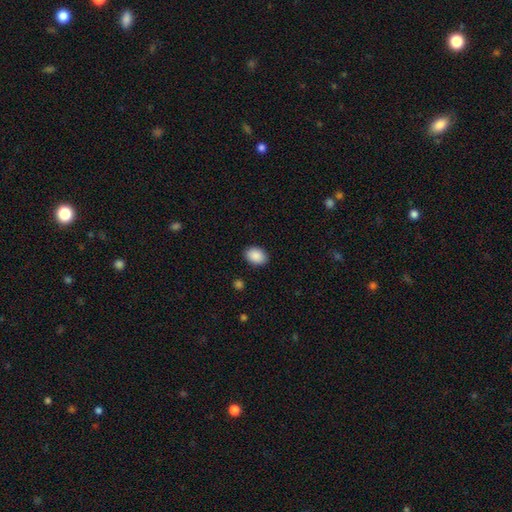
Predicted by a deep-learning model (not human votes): smooth_or_featured: smooth (p=0.90) [alt: star or artifact p=0.07]
how_rounded: in between (p=0.80) [alt: round p=0.19]
merging: none (p=0.89) [alt: minor disturbance p=0.08]